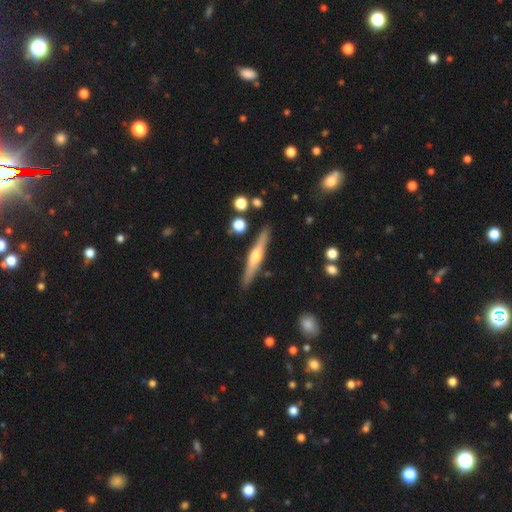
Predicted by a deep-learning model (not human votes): Smooth or featured?
  - featured or disk: 65% *
  - smooth: 29%
  - star or artifact: 6%
Edge-on disk?
  - yes: 96% *
  - no: 4%
Edge-on bulge?
  - rounded: 88% *
  - none: 7%
  - boxy: 5%
Merging?
  - none: 88% *
  - minor disturbance: 8%
  - merger: 2%
  - major disturbance: 2%